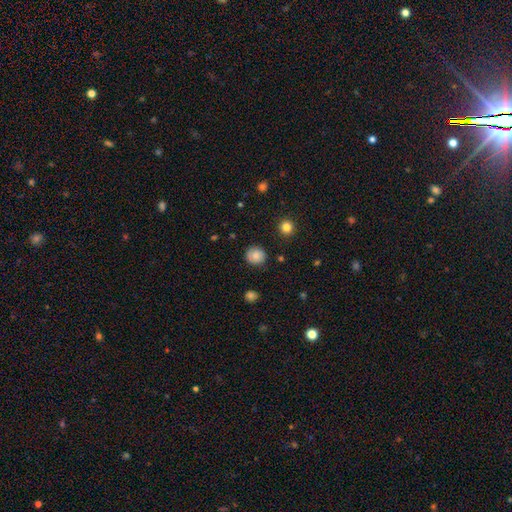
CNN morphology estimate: smooth_or_featured: smooth (p=0.82) [alt: star or artifact p=0.10]
how_rounded: round (p=0.89) [alt: in between p=0.10]
merging: none (p=0.86) [alt: minor disturbance p=0.10]